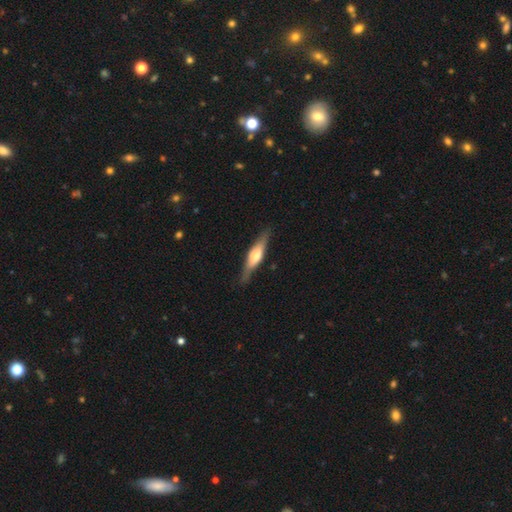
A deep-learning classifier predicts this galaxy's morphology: A featured or disk galaxy (57%) viewed edge-on (93%) with a rounded central bulge (75%).

Vote fractions:
- Smooth or featured? featured or disk: 57% / smooth: 38% / star or artifact: 5%
- Edge-on disk? yes: 93% / no: 7%
- Edge-on bulge? rounded: 75% / boxy: 20% / none: 5%
- Merging? none: 85% / minor disturbance: 11% / major disturbance: 3% / merger: 1%